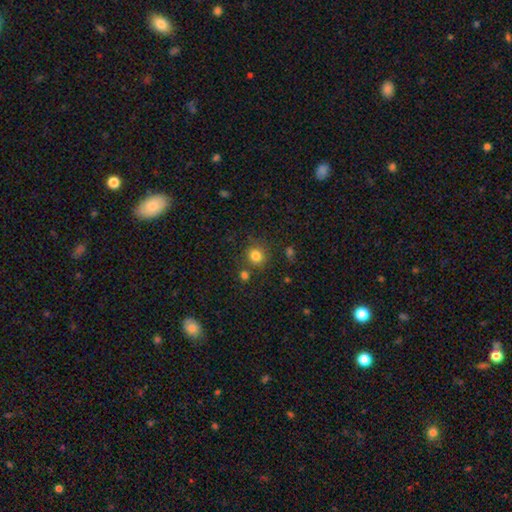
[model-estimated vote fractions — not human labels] This appears to be a smooth galaxy with no disk features (81%) that is round (89%). Merging: none (77%).